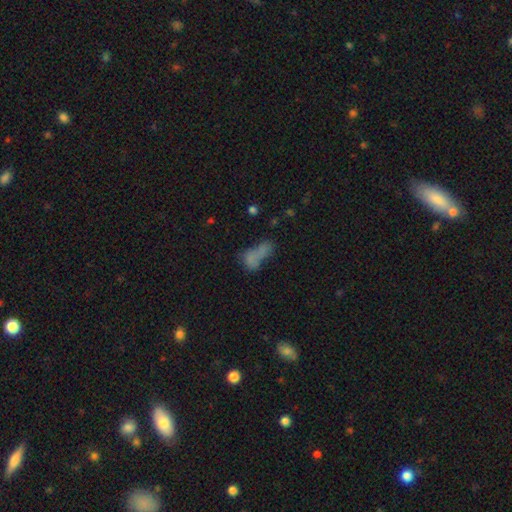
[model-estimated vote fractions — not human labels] Morphology: type=smooth (63%); roundness=in between (74%); merging=merger (41%).